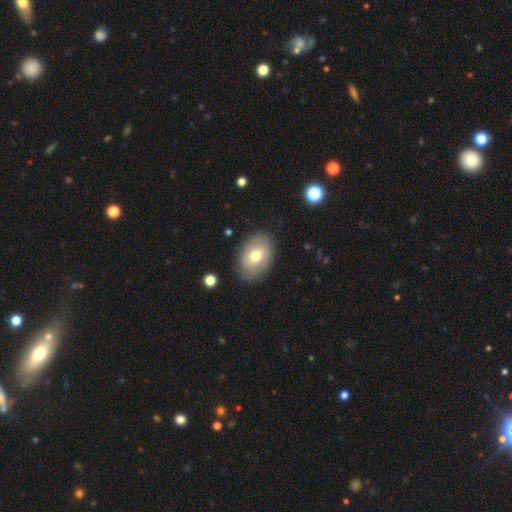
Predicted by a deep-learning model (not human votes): A smooth galaxy with no disk features (60%) that is in between round and cigar-shaped (81%). Merging: none (81%).